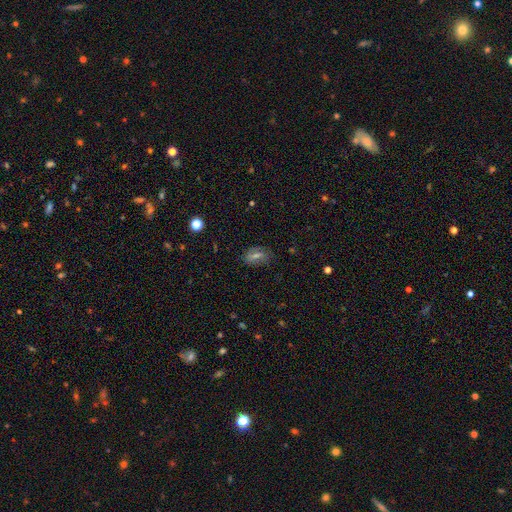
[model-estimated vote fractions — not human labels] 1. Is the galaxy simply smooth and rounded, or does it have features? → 39% featured or disk, 36% smooth, 24% star or artifact.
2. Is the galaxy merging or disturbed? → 76% none, 16% minor disturbance, 6% major disturbance, 2% merger.